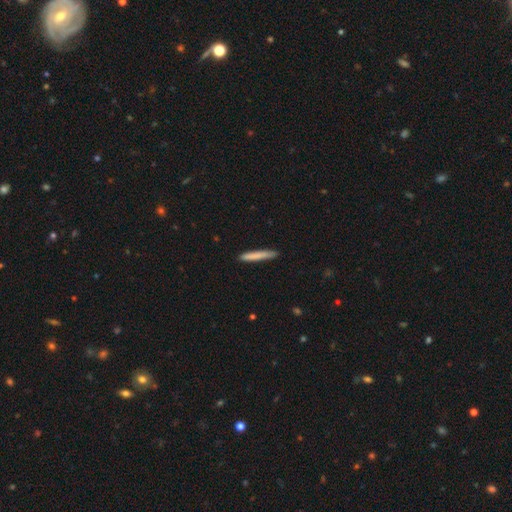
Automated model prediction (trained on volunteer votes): The model was most divided on "smooth or featured": smooth: 79%, featured or disk: 15%, star or artifact: 6%. More confident: how rounded — cigar-shaped (95%); merging — none (87%).